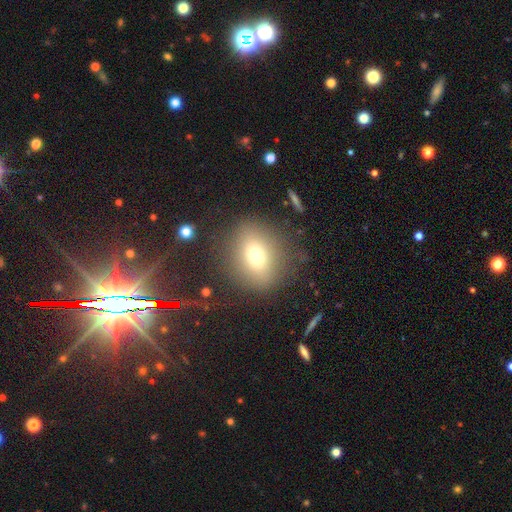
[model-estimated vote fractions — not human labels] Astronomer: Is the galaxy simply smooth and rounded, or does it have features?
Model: smooth — 68%.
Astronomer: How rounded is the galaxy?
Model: round — 63%.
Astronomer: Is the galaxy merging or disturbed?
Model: none — 79%.